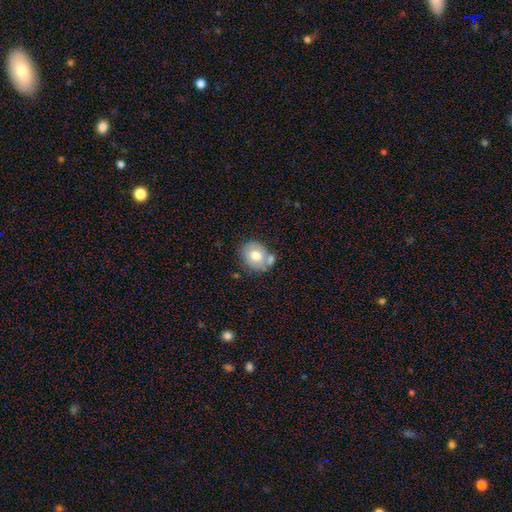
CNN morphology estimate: Smooth or featured? smooth (68%)
How rounded? round (60%)
Merging? none (58%)